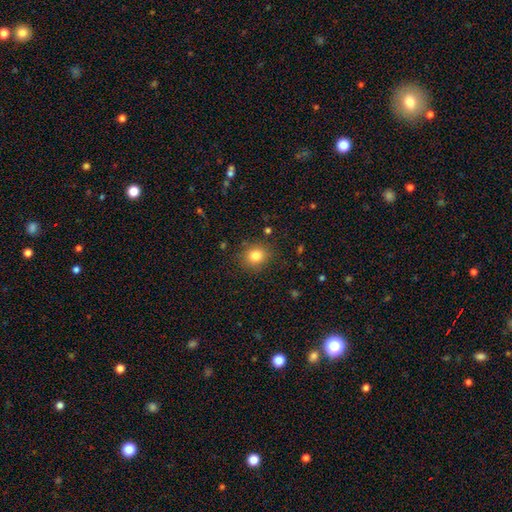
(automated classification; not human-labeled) A smooth galaxy with no disk features (82%) that is round (79%).

Vote fractions:
- Smooth or featured? smooth: 82% / star or artifact: 12% / featured or disk: 7%
- How rounded? round: 79% / in between: 20% / cigar-shaped: 1%
- Merging? none: 86% / minor disturbance: 10% / major disturbance: 3% / merger: 2%